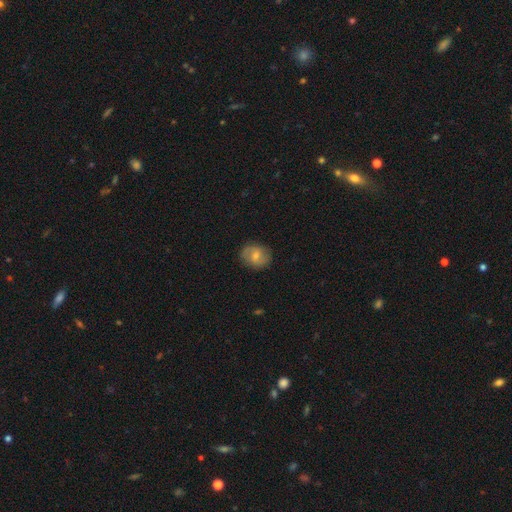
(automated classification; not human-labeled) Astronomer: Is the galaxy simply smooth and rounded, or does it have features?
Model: smooth — 47% (runner-up: featured or disk, 44%).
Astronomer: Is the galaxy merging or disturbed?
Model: none — 84%.